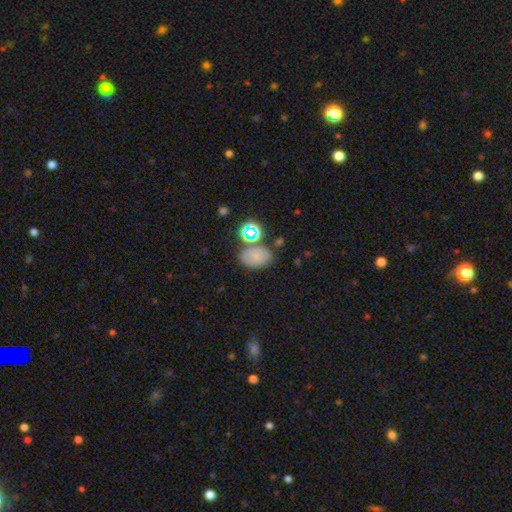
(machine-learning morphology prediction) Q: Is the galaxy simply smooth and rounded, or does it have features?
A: smooth — 68%.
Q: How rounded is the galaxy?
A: in between — 80%.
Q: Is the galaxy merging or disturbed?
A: none — 64%.